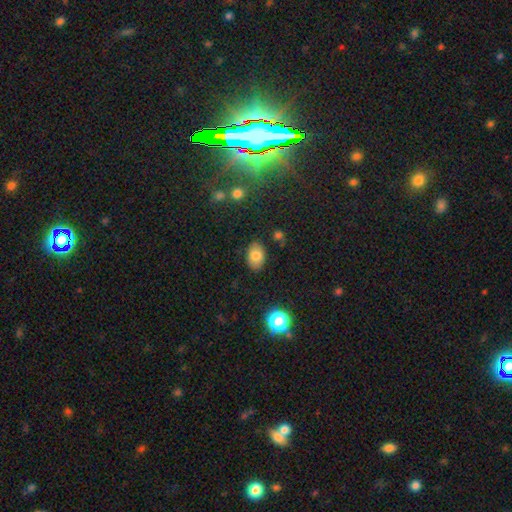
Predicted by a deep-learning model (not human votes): smooth-or-featured: smooth: 81% | featured or disk: 10% | star or artifact: 9%
  how-rounded: in between: 84% | round: 15% | cigar-shaped: 1%
  merging: none: 85% | minor disturbance: 10% | major disturbance: 3% | merger: 2%